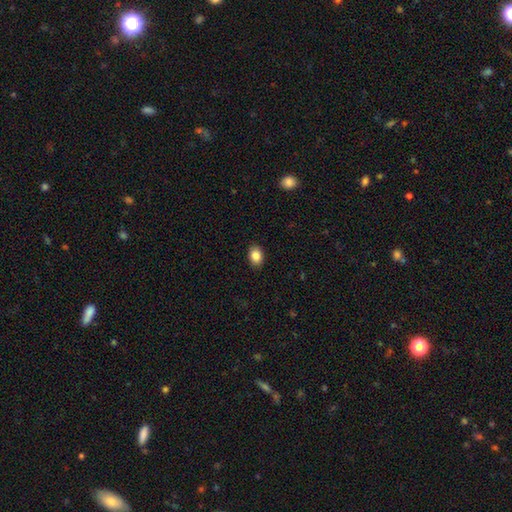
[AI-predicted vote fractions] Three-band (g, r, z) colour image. It shows a smooth galaxy with no disk features (86%) that is in between round and cigar-shaped (72%). Merging: none (89%).